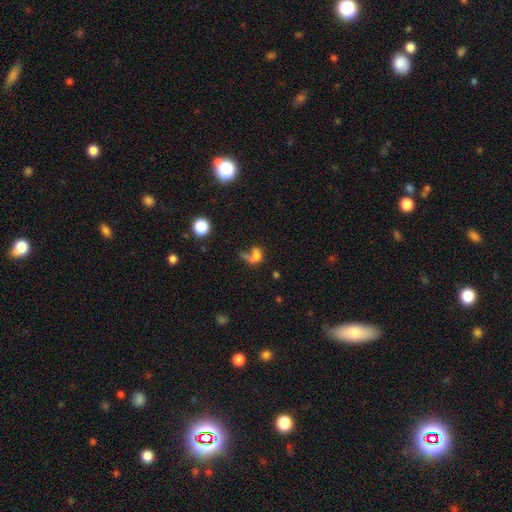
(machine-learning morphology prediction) smooth_or_featured: smooth (p=0.56) [alt: featured or disk p=0.26]
how_rounded: in between (p=0.58) [alt: round p=0.36]
merging: merger (p=0.32) [alt: major disturbance p=0.30]